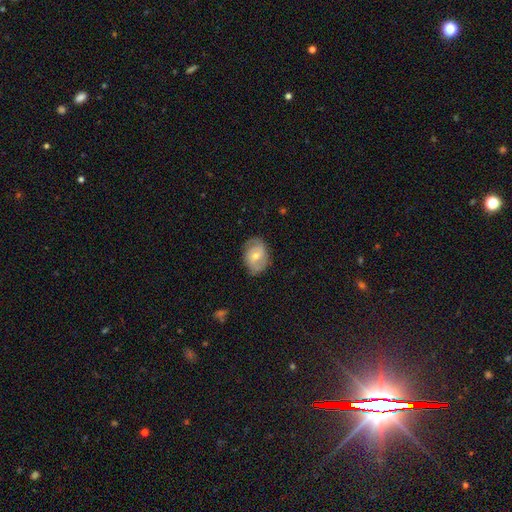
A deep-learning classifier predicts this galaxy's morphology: A featured or disk galaxy (61%) with no bar (49%), spiral arms (81%) and a moderate central bulge (57%).

Vote fractions:
- Smooth or featured? featured or disk: 61% / smooth: 31% / star or artifact: 8%
- Edge-on disk? no: 96% / yes: 4%
- Bar? no: 49% / weak: 40% / strong: 10%
- Spiral arms? yes: 81% / no: 19%
- Bulge size? moderate: 57% / small: 38% / large: 2% / none: 1% / dominant: 1%
- Merging? none: 75% / minor disturbance: 19% / major disturbance: 5% / merger: 1%